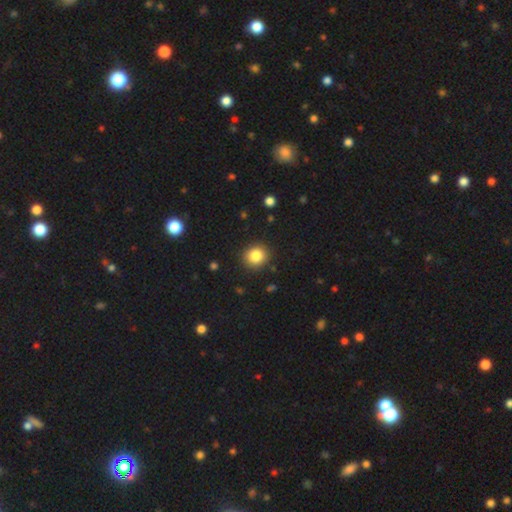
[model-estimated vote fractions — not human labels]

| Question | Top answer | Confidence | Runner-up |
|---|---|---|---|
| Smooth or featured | smooth | 84% | star or artifact (11%) |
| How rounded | round | 86% | in between (14%) |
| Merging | none | 90% | minor disturbance (7%) |